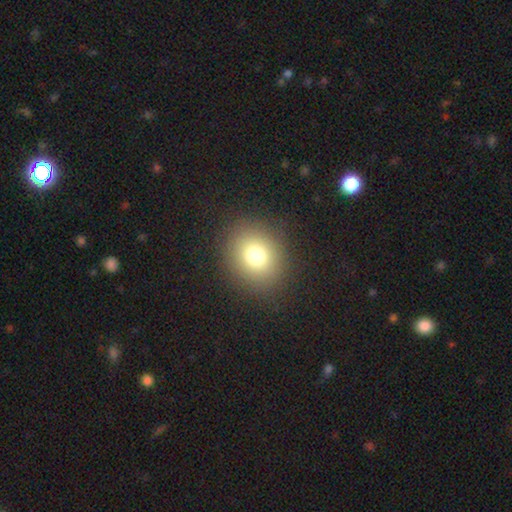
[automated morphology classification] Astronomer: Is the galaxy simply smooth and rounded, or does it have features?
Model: smooth — 75%.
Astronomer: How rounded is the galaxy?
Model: round — 73%.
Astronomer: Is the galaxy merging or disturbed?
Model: none — 88%.